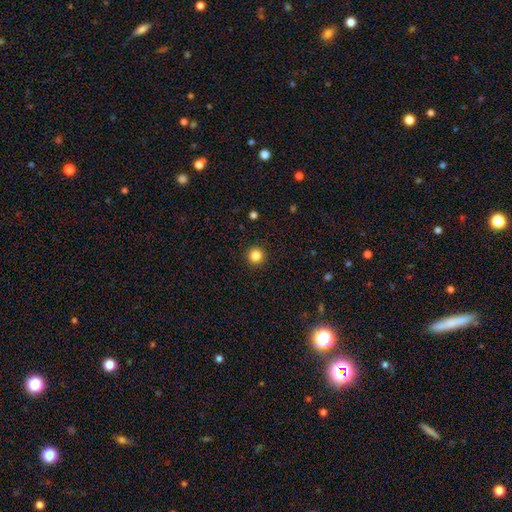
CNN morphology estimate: The model was most divided on "smooth or featured": smooth: 84%, star or artifact: 12%, featured or disk: 4%. More confident: how rounded — round (96%); merging — none (93%).